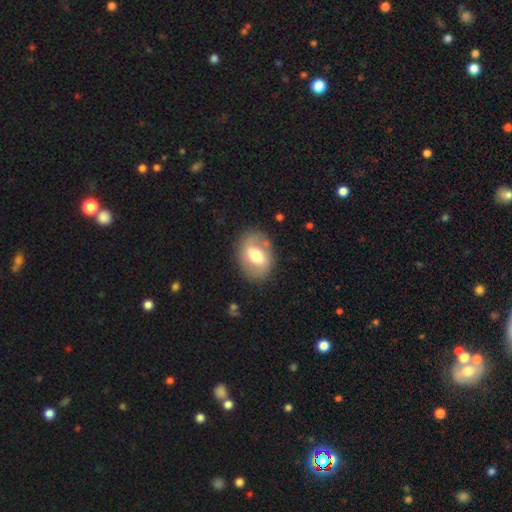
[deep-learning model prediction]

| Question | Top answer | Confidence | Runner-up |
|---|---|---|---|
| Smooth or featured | smooth | 53% | featured or disk (40%) |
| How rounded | in between | 70% | round (28%) |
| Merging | none | 80% | minor disturbance (13%) |